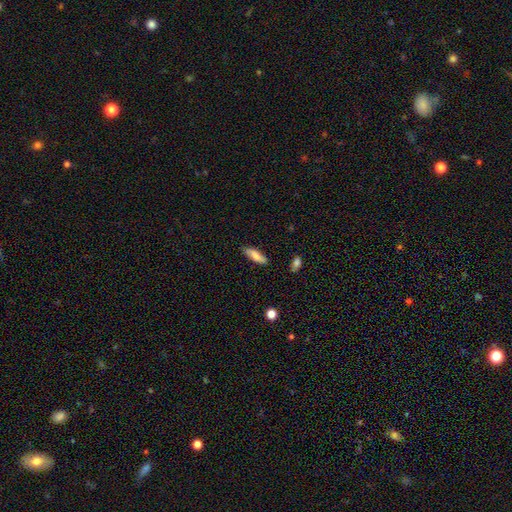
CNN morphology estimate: This appears to be a smooth galaxy with no disk features (77%) that is in between round and cigar-shaped (50%). Merging: none (81%).